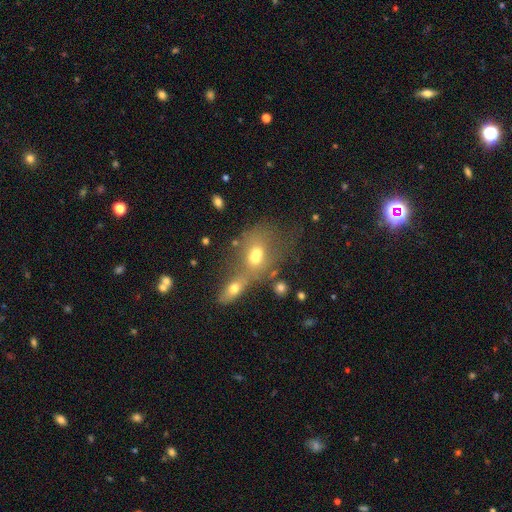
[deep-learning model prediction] Smooth or featured: smooth — 57% (featured or disk — 27%)
How rounded: in between — 54% (round — 43%)
Merging: merger — 68% (none — 18%)